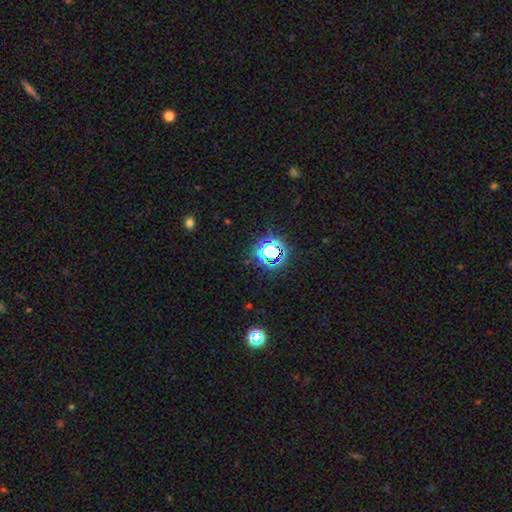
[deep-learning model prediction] This is likely a star or artifact rather than a galaxy (74%).